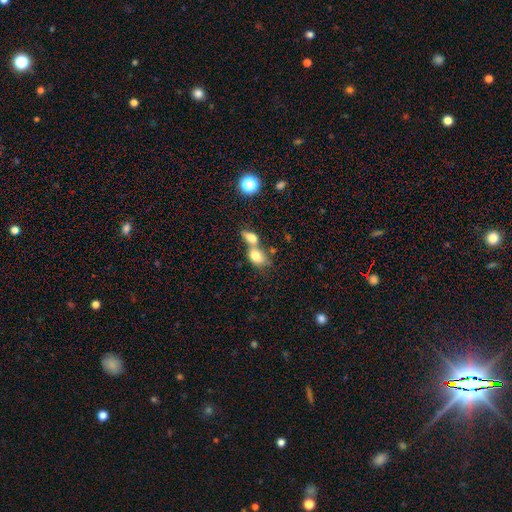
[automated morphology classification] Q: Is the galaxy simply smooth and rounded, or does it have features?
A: smooth — 78%.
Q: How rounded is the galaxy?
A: in between — 74%.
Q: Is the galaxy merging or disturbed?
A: merger — 66%.